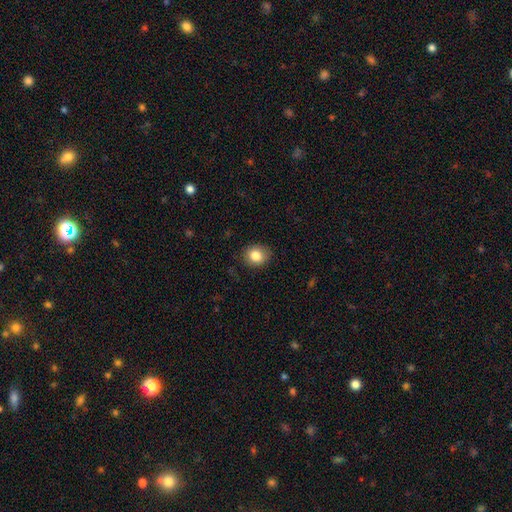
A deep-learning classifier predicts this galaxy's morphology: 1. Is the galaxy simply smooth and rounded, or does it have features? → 84% smooth, 10% star or artifact, 7% featured or disk.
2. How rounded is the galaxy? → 68% round, 31% in between, 1% cigar-shaped.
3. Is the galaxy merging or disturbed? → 86% none, 10% minor disturbance, 2% major disturbance, 1% merger.